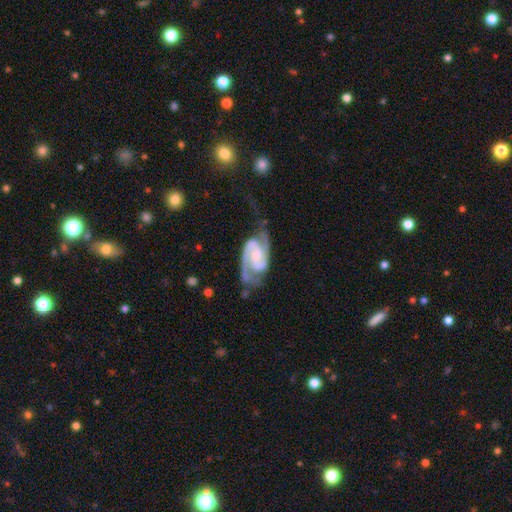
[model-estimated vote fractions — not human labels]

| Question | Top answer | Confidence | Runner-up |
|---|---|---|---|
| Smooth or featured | featured or disk | 92% | star or artifact (4%) |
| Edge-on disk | no | 98% | yes (2%) |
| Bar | weak | 42% | no (40%) |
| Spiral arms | yes | 98% | no (2%) |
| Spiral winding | medium | 51% | tight (38%) |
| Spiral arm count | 2 | 92% | can't tell (2%) |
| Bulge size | small | 43% | moderate (31%) |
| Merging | none | 58% | minor disturbance (24%) |